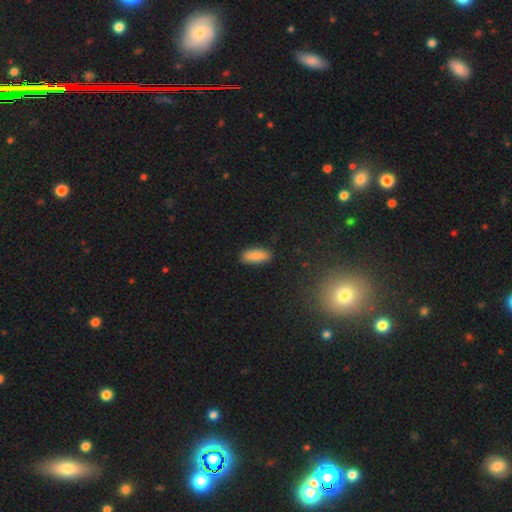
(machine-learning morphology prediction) A smooth galaxy with no disk features (86%) that is in between round and cigar-shaped (75%).

Vote fractions:
- Smooth or featured? smooth: 86% / featured or disk: 8% / star or artifact: 7%
- How rounded? in between: 75% / cigar-shaped: 23% / round: 2%
- Merging? none: 87% / minor disturbance: 10% / major disturbance: 2% / merger: 1%